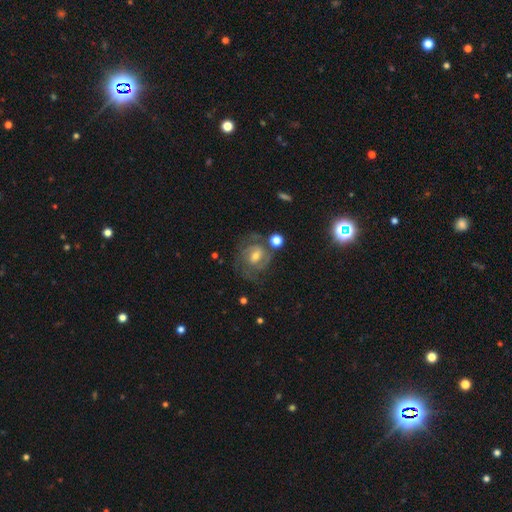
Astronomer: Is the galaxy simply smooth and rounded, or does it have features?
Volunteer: featured or disk — 69%.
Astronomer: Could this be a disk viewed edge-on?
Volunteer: no — 100%.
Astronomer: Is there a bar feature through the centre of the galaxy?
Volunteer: weak — 60%.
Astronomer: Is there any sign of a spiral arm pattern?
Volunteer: yes — 96%.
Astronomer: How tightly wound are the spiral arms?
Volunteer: tight — 50% (runner-up: medium, 33%).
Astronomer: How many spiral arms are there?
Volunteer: can't tell — 38% (runner-up: 3, 29%).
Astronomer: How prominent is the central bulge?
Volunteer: moderate — 64%.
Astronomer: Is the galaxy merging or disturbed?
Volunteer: none — 55% (runner-up: minor disturbance, 30%).